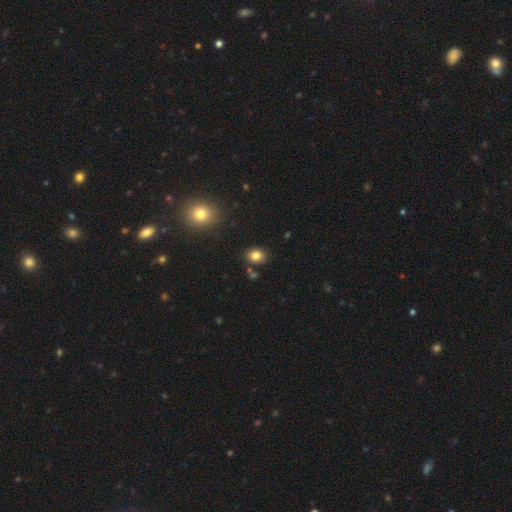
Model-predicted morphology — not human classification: Smooth or featured: smooth — 82% (star or artifact — 12%)
How rounded: round — 59% (in between — 40%)
Merging: none — 81% (minor disturbance — 10%)